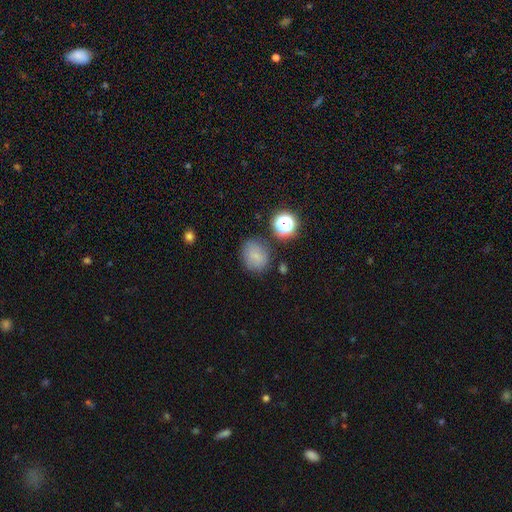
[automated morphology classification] Smooth or featured: smooth — 70% (star or artifact — 18%)
How rounded: round — 63% (in between — 36%)
Merging: none — 75% (minor disturbance — 15%)